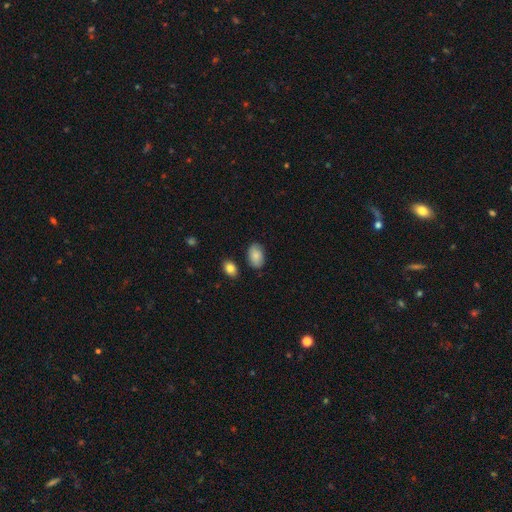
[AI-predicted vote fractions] This is clearly a smooth galaxy (85%). How rounded: clearly in between (91%). Merging: clearly none (81%).